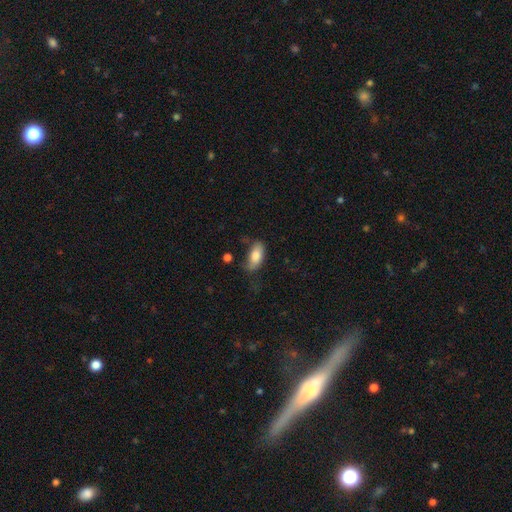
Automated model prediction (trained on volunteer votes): smooth-or-featured: smooth: 80% | featured or disk: 13% | star or artifact: 7%
  how-rounded: in between: 90% | cigar-shaped: 7% | round: 3%
  merging: none: 46% | minor disturbance: 33% | major disturbance: 17% | merger: 5%